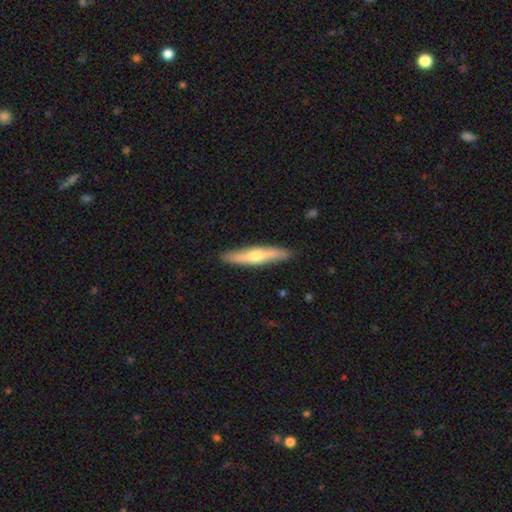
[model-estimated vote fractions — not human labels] Smooth or featured?
  - featured or disk: 52% *
  - smooth: 43%
  - star or artifact: 5%
Edge-on disk?
  - yes: 90% *
  - no: 10%
Merging?
  - none: 90% *
  - minor disturbance: 8%
  - major disturbance: 1%
  - merger: 1%